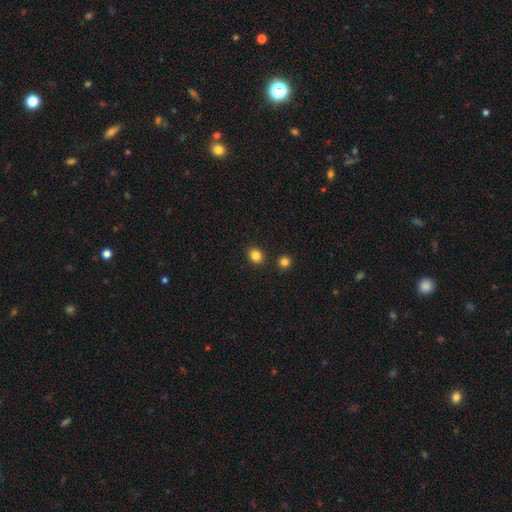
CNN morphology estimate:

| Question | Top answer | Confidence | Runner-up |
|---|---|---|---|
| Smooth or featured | smooth | 84% | star or artifact (12%) |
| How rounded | round | 66% | in between (33%) |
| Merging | none | 86% | minor disturbance (7%) |